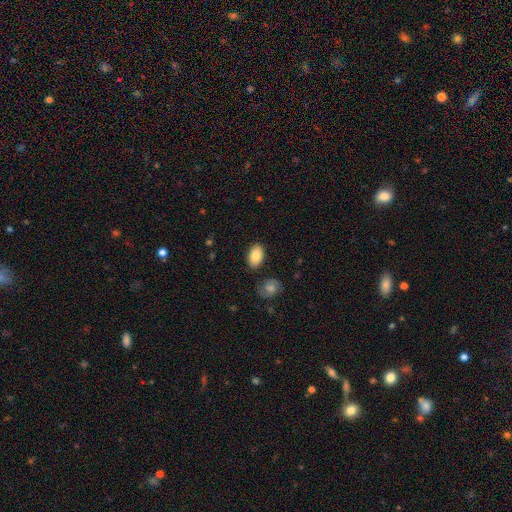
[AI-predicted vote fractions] A smooth galaxy with no disk features (85%) that is in between round and cigar-shaped (92%).

Vote fractions:
- Smooth or featured? smooth: 85% / featured or disk: 8% / star or artifact: 7%
- How rounded? in between: 92% / round: 7% / cigar-shaped: 1%
- Merging? none: 82% / minor disturbance: 11% / merger: 3% / major disturbance: 3%